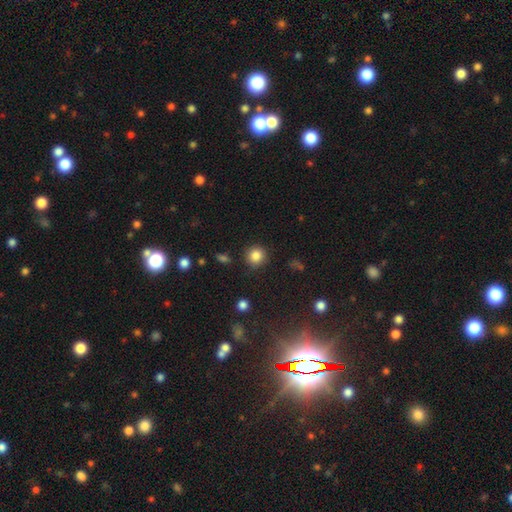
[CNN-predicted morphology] This appears to be a smooth galaxy with no disk features (85%) that is round (92%). Merging: none (88%).